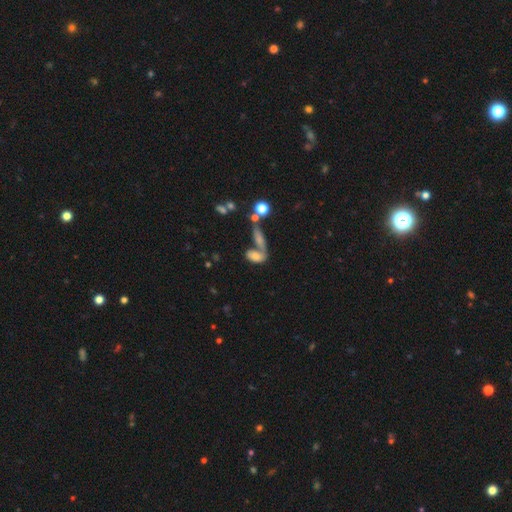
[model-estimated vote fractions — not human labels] Smooth or featured: smooth — 71% (featured or disk — 17%)
How rounded: in between — 76% (cigar-shaped — 17%)
Merging: merger — 52% (none — 30%)